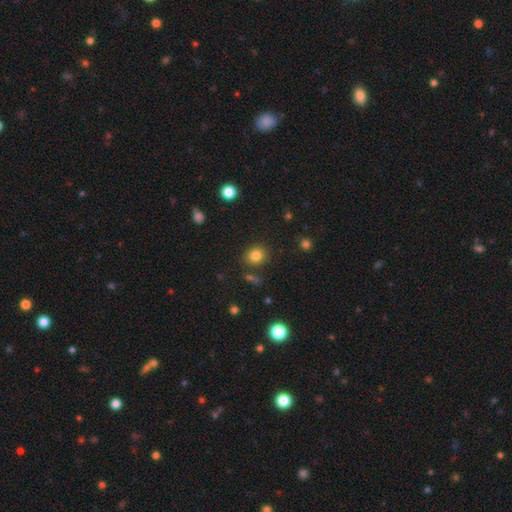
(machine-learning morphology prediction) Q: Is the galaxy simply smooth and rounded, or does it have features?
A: smooth — 81%.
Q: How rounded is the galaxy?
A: round — 77%.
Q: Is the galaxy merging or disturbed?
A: none — 84%.